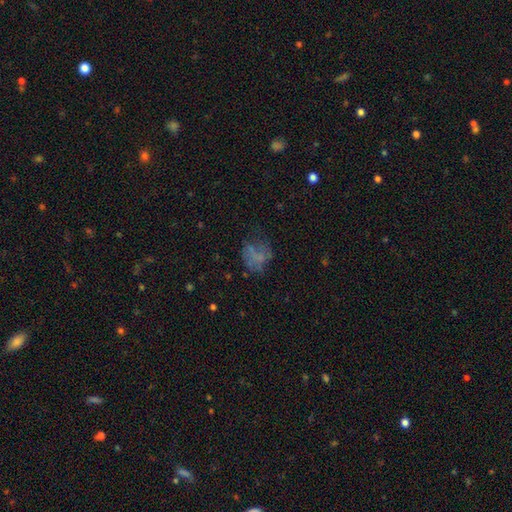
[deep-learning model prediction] Morphology: type=smooth (49%); merging=none (45%).